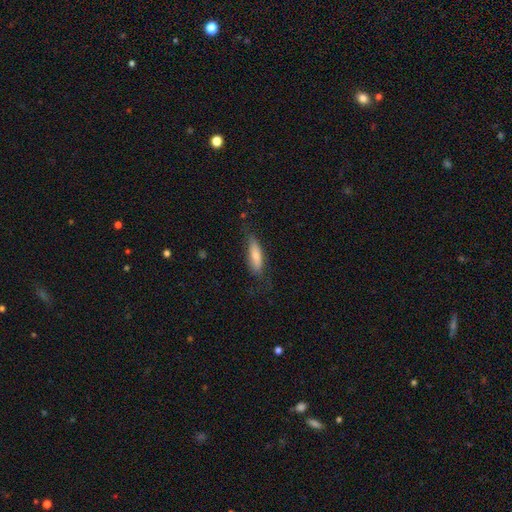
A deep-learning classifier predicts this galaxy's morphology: Smooth or featured? smooth (71%)
How rounded? cigar-shaped (53%)
Merging? none (66%)